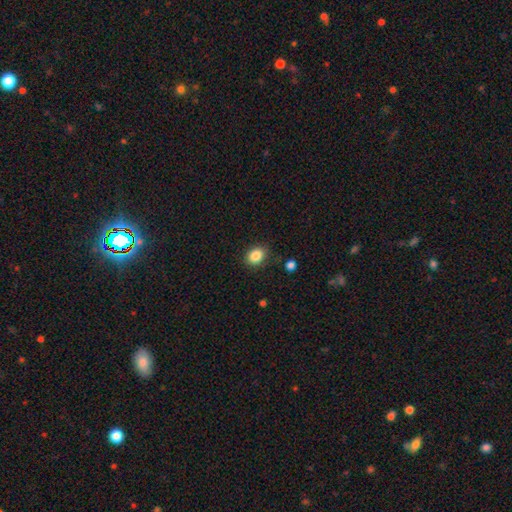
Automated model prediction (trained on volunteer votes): This is clearly a smooth galaxy (86%). How rounded: possibly in between (55%). Merging: clearly none (85%).